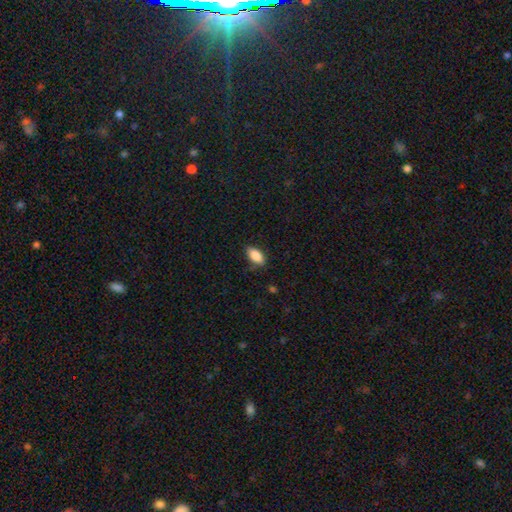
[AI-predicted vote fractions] This appears to be a smooth galaxy with no disk features (86%) that is in between round and cigar-shaped (91%). Merging: none (83%).